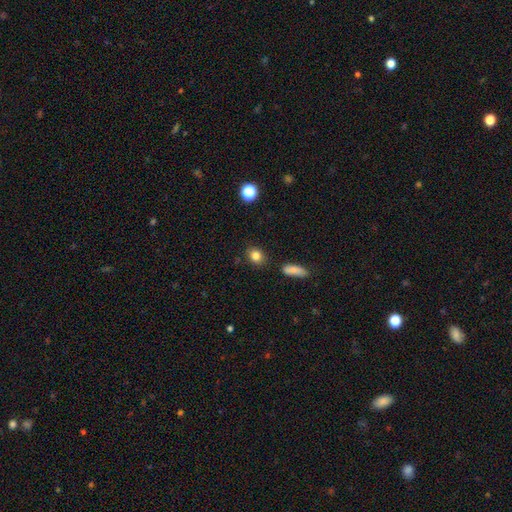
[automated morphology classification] smooth 84%, star or artifact 10%, featured or disk 6%. Down the decision tree: how rounded — round (60%); merging — none (85%).